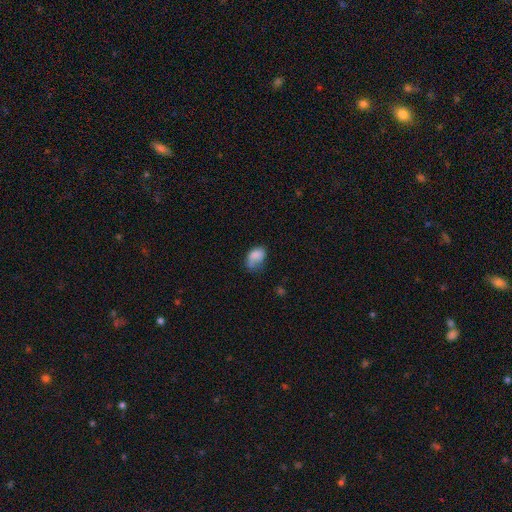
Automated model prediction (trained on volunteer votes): Smooth or featured? Predicted: smooth (p=0.74). How rounded? Predicted: in between (p=0.83). Merging? Predicted: none (p=0.37).